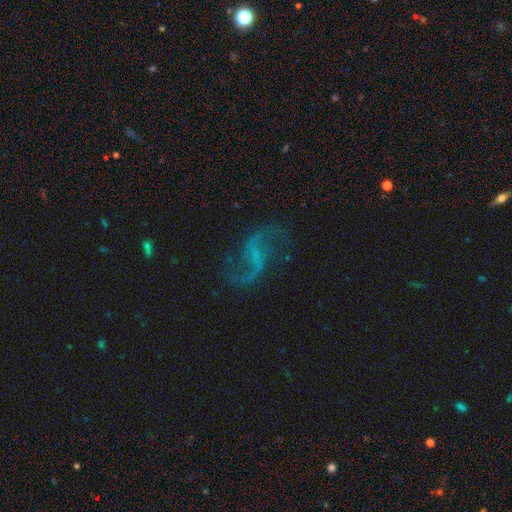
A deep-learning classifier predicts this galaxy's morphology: The model was most divided on "bar": weak: 47%, no: 30%, strong: 23%. More confident: edge-on disk — no (98%); spiral arms — yes (95%); spiral arm count — 2 (92%); smooth or featured — featured or disk (87%); spiral winding — loose (83%); merging — none (75%); bulge size — none (62%).